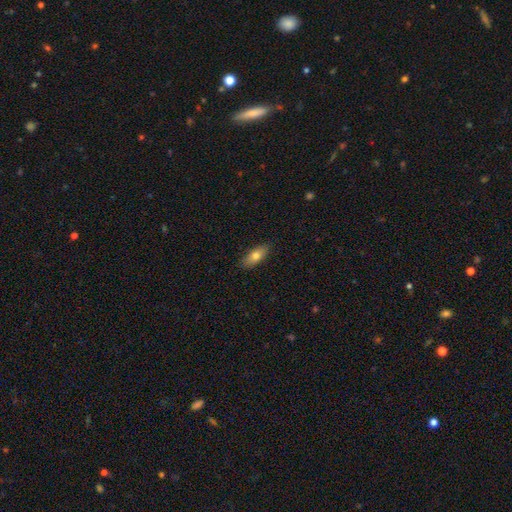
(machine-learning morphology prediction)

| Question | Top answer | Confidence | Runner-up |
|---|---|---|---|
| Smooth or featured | smooth | 74% | featured or disk (19%) |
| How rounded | in between | 78% | cigar-shaped (19%) |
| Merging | none | 87% | minor disturbance (10%) |